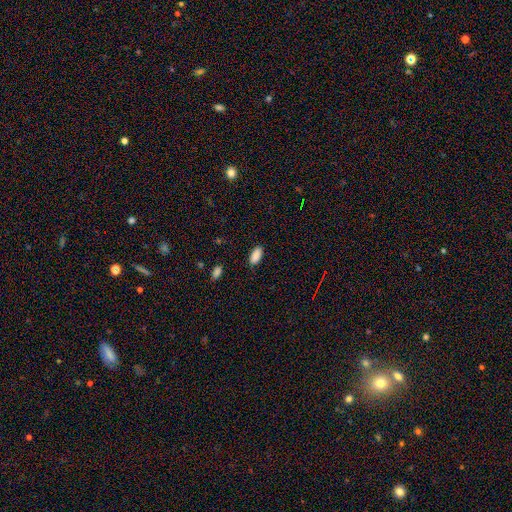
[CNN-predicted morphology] This is clearly a smooth galaxy (89%). How rounded: clearly in between (91%). Merging: clearly none (87%).